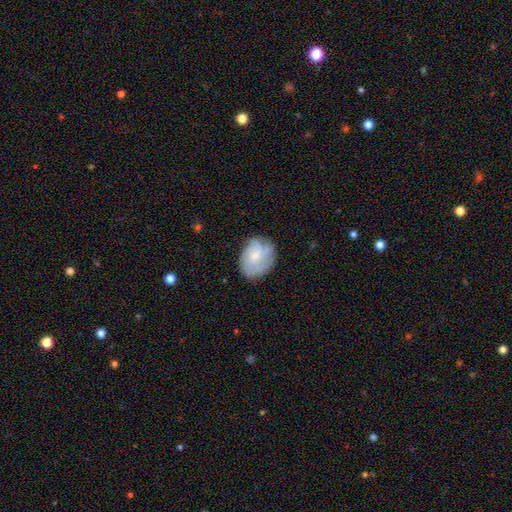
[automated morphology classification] Smooth or featured? smooth (47%)
Merging? none (62%)